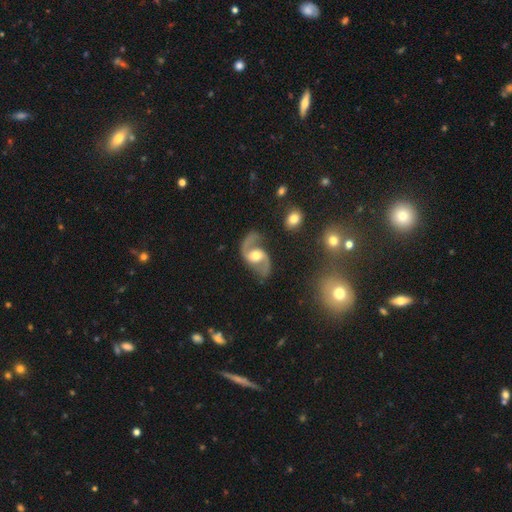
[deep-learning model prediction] Morphology: type=featured or disk (91%); edge-on=no (98%); bar=no (47%); spiral arms=yes (97%); winding=loose (46%); arm count=2 (94%); bulge=moderate (71%); merging=none (75%).